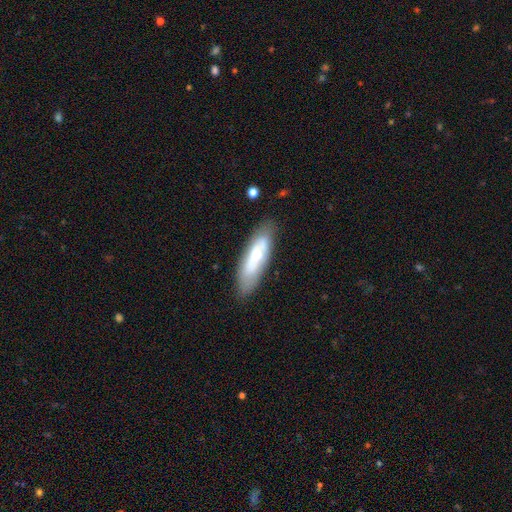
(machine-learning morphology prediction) This appears to be a smooth galaxy with no disk features (52%) that is cigar-shaped (54%). Merging: none (78%).